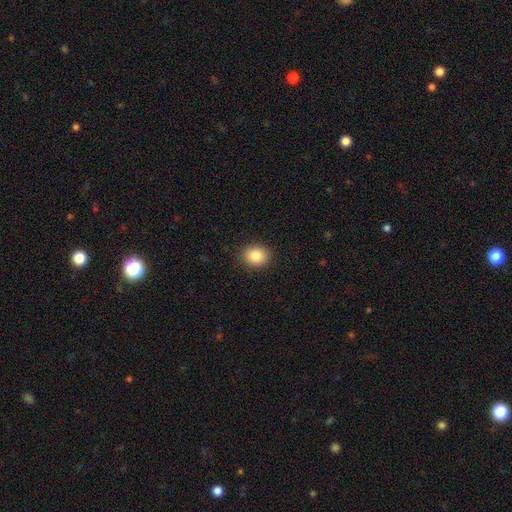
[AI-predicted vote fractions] Smooth or featured?
  - smooth: 85% *
  - star or artifact: 9%
  - featured or disk: 6%
How rounded?
  - round: 59% *
  - in between: 40%
  - cigar-shaped: 1%
Merging?
  - none: 89% *
  - minor disturbance: 8%
  - major disturbance: 2%
  - merger: 1%